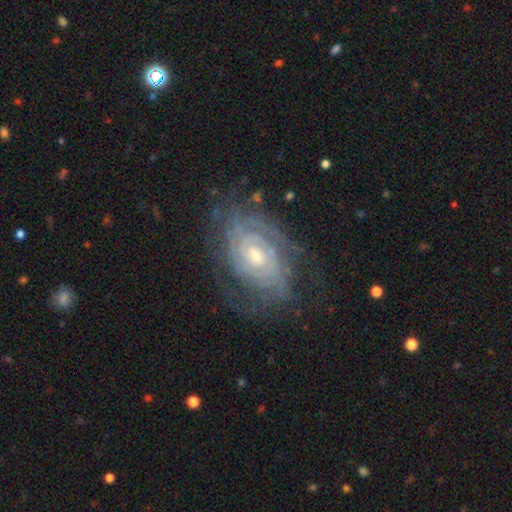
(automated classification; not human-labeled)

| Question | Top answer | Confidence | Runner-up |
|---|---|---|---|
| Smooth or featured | featured or disk | 87% | smooth (7%) |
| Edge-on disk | no | 96% | yes (4%) |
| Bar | no | 62% | weak (31%) |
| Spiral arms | yes | 96% | no (4%) |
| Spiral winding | tight | 76% | medium (20%) |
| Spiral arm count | can't tell | 35% | 2 (26%) |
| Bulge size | moderate | 51% | small (44%) |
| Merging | none | 72% | minor disturbance (18%) |